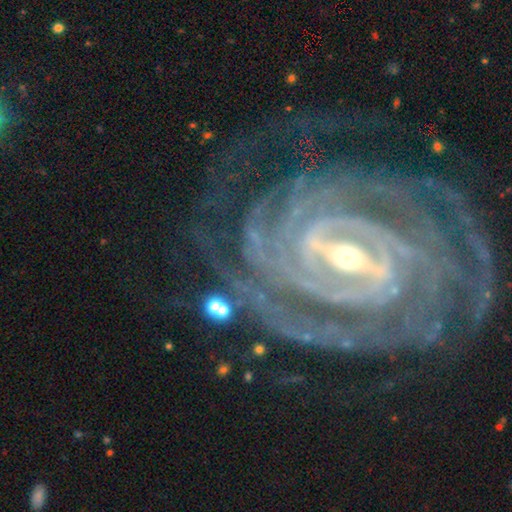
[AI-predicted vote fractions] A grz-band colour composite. It shows a featured or disk galaxy (92%) with a strong bar (67%), 4 (21%, tied with 2) tight (74%) spiral arms (98%) and a small central bulge (49%). Merging: none (69%).